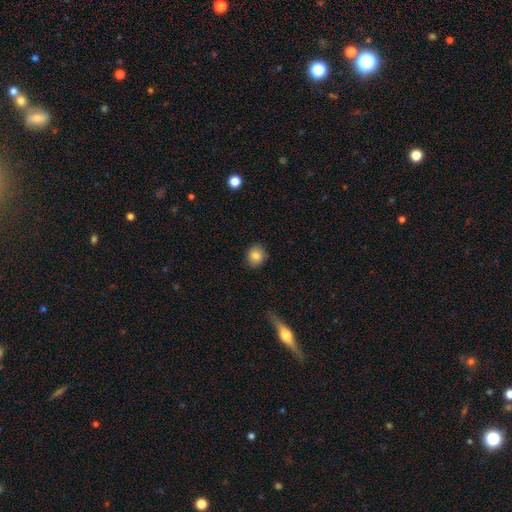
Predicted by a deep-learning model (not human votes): Smooth or featured?
  - smooth: 83% *
  - star or artifact: 9%
  - featured or disk: 8%
How rounded?
  - round: 75% *
  - in between: 24%
  - cigar-shaped: 1%
Merging?
  - none: 87% *
  - minor disturbance: 9%
  - major disturbance: 2%
  - merger: 1%